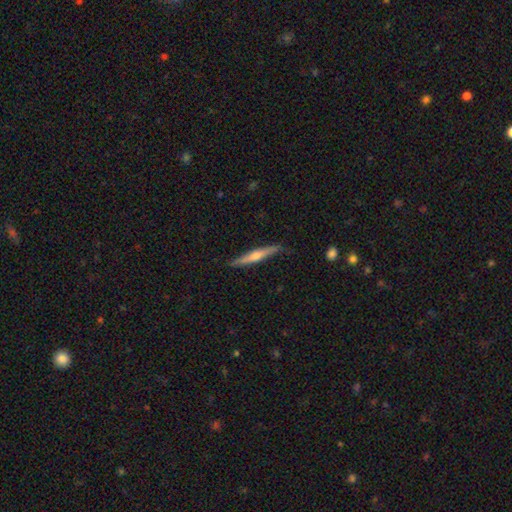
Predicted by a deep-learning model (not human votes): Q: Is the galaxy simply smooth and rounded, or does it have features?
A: featured or disk — 61%.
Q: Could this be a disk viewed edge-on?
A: yes — 96%.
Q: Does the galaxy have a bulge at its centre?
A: rounded — 83%.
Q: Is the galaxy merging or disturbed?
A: none — 83%.